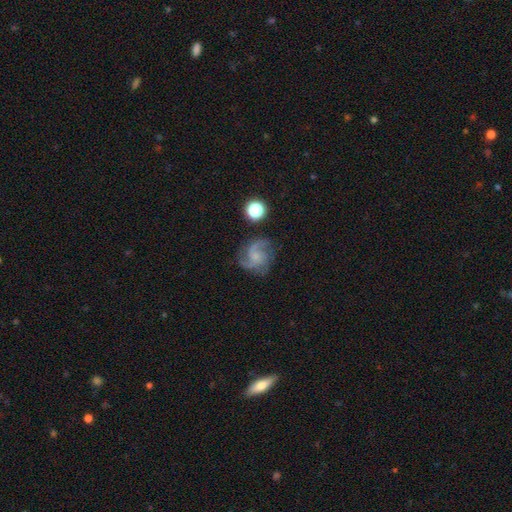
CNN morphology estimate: A featured or disk galaxy (83%) with no bar (68%), 3 (51%) medium (54%) spiral arms (97%) and a small central bulge (65%). Merging: none (72%).